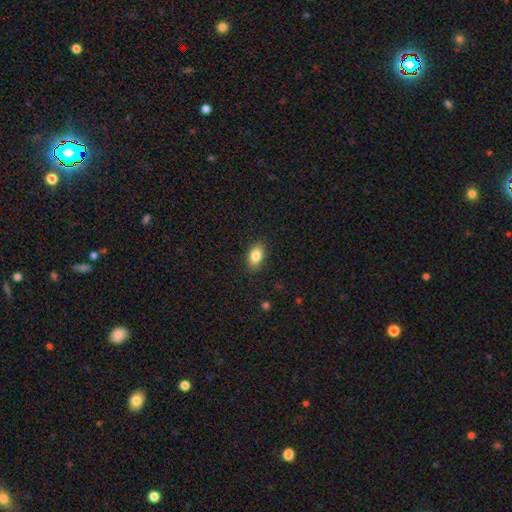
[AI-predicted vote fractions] The model was most divided on "smooth or featured": smooth: 84%, featured or disk: 8%, star or artifact: 8%. More confident: how rounded — in between (87%); merging — none (87%).